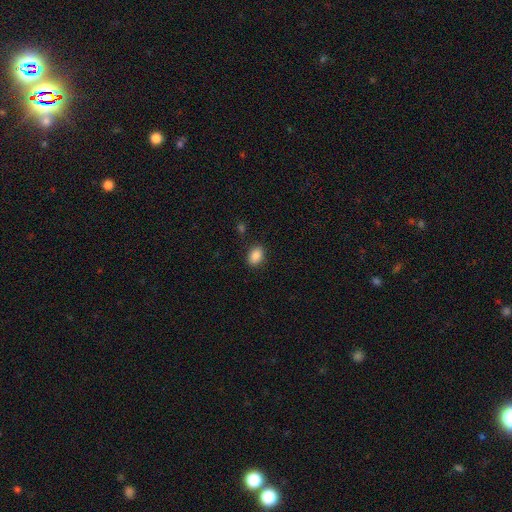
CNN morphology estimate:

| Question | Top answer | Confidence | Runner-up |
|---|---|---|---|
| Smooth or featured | smooth | 86% | star or artifact (8%) |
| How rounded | in between | 82% | round (17%) |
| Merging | none | 87% | minor disturbance (9%) |